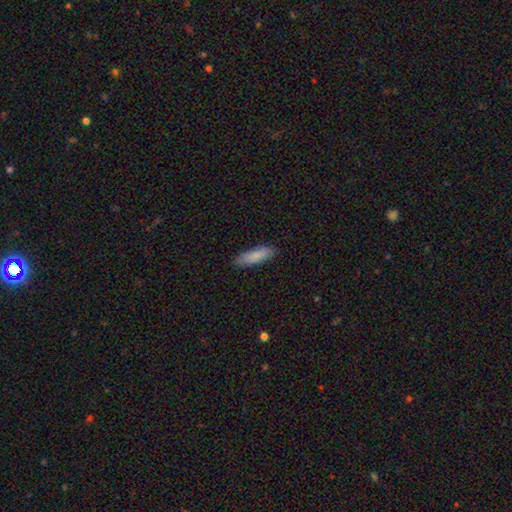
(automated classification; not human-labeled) Morphology: type=smooth (86%); roundness=cigar-shaped (55%); merging=none (87%).